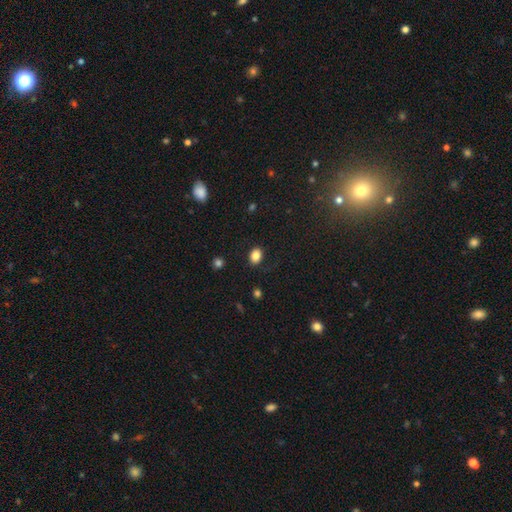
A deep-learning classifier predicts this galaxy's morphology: Smooth or featured: smooth — 85% (star or artifact — 10%)
How rounded: in between — 66% (round — 33%)
Merging: none — 85% (minor disturbance — 11%)